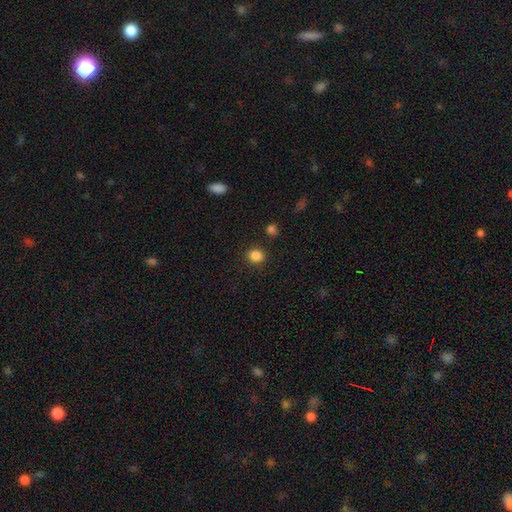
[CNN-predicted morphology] A smooth galaxy with no disk features (85%) that is round (80%). Merging: none (88%).